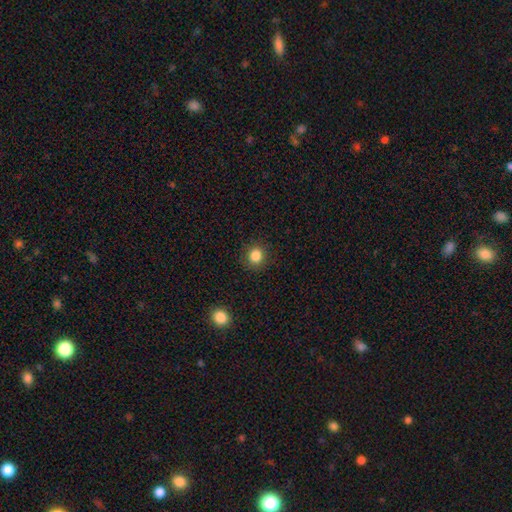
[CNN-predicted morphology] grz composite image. It shows a smooth galaxy with no disk features (85%) that is round (88%). Merging: none (90%).